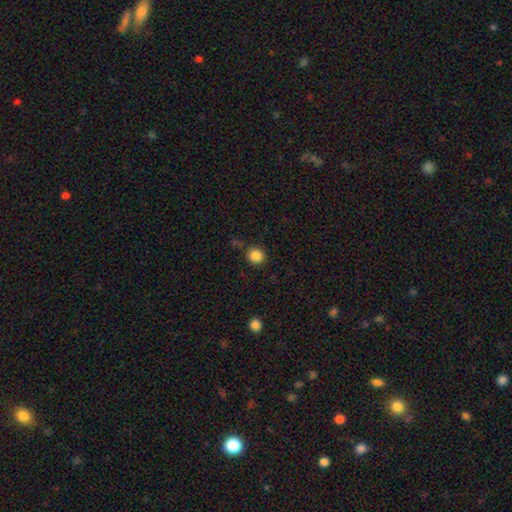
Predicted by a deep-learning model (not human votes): Morphology: type=smooth (86%); roundness=round (91%); merging=none (82%).